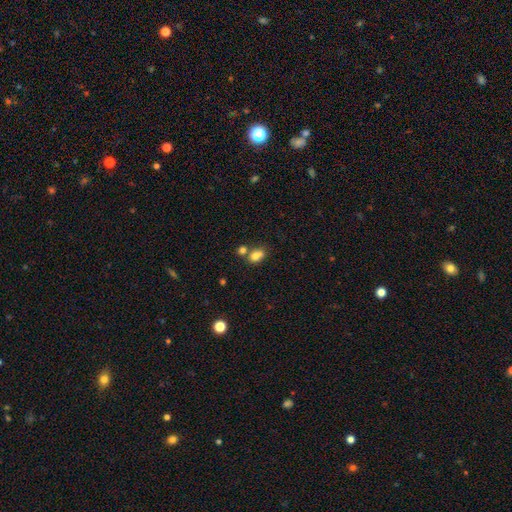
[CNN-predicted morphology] A smooth galaxy with no disk features (77%) that is in between round and cigar-shaped (61%). Merging: none (42%).